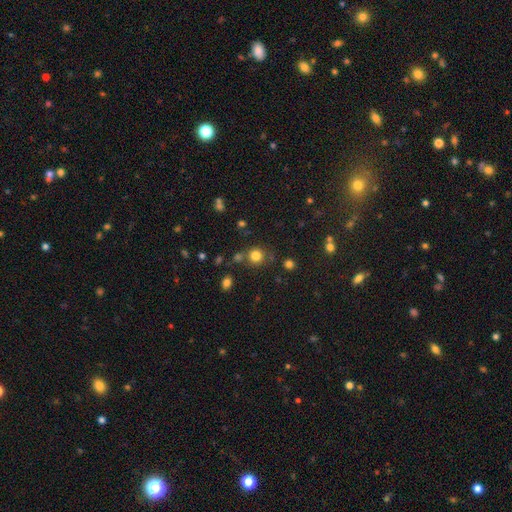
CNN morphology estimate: The model was most divided on "merging": none: 75%, merger: 11%, minor disturbance: 10%, major disturbance: 4%. More confident: how rounded — round (91%); smooth or featured — smooth (80%).